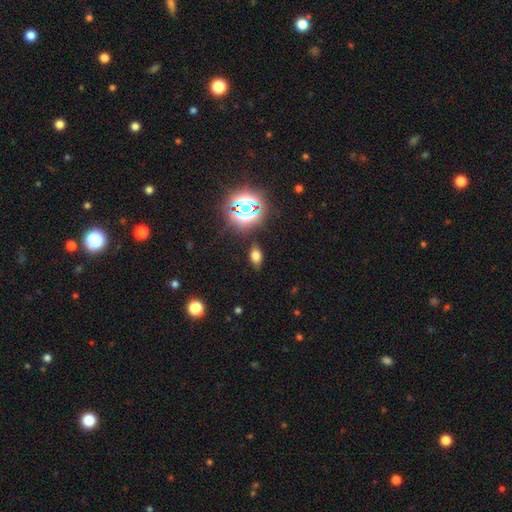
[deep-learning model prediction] Morphology: type=smooth (67%); roundness=in between (85%); merging=none (84%).